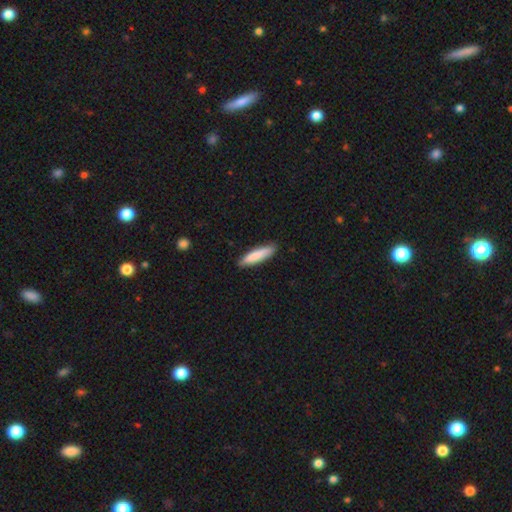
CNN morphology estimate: The model was most divided on "how rounded": cigar-shaped: 80%, in between: 19%, round: 1%. More confident: merging — none (86%); smooth or featured — smooth (83%).